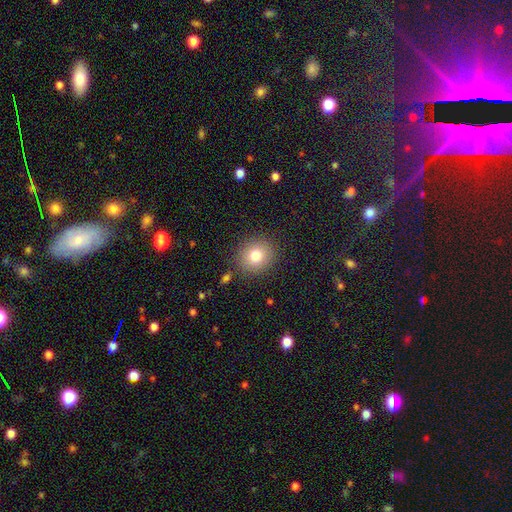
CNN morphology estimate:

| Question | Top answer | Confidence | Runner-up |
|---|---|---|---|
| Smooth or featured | smooth | 79% | star or artifact (11%) |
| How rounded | round | 84% | in between (15%) |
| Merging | none | 87% | minor disturbance (8%) |